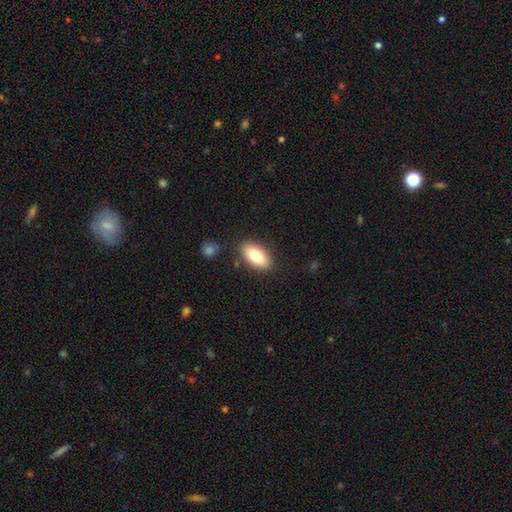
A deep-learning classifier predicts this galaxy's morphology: This is clearly a smooth galaxy (82%). How rounded: clearly in between (92%). Merging: clearly none (83%).